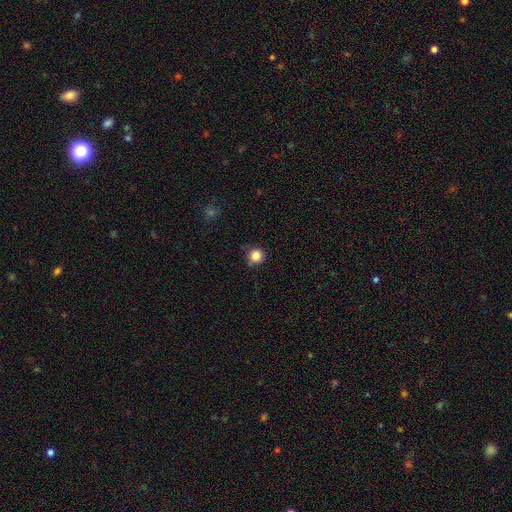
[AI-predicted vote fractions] Smooth or featured? smooth (84%)
How rounded? round (92%)
Merging? none (81%)